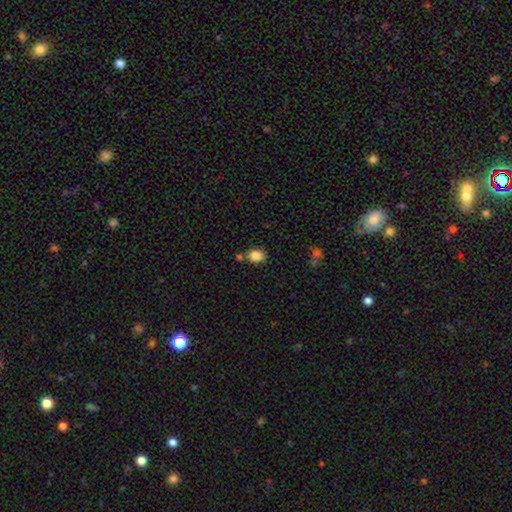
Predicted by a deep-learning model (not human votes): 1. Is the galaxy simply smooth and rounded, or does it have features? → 86% smooth, 9% star or artifact, 5% featured or disk.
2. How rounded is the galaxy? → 57% in between, 42% round, 1% cigar-shaped.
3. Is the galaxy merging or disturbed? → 73% none, 13% minor disturbance, 11% merger, 3% major disturbance.